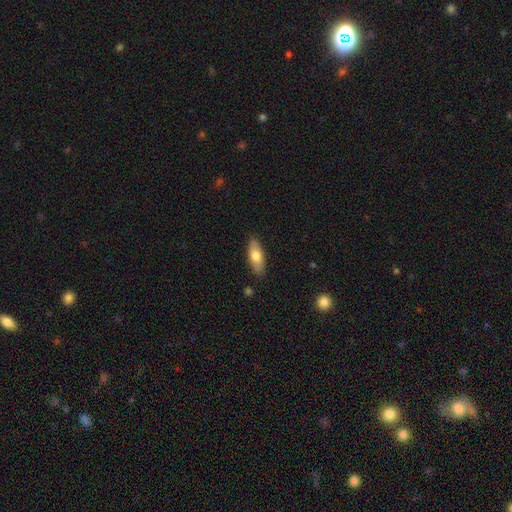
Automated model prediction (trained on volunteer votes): Overall: smooth (73%). How rounded: in between (73%). Merging: none (87%).